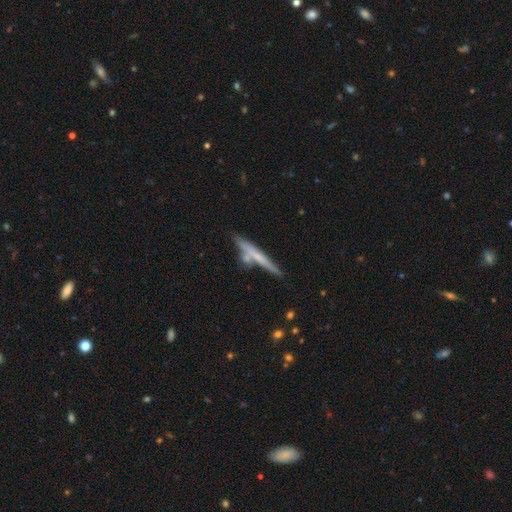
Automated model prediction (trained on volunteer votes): Smooth or featured? Predicted: featured or disk (p=0.49). Merging? Predicted: none (p=0.66).